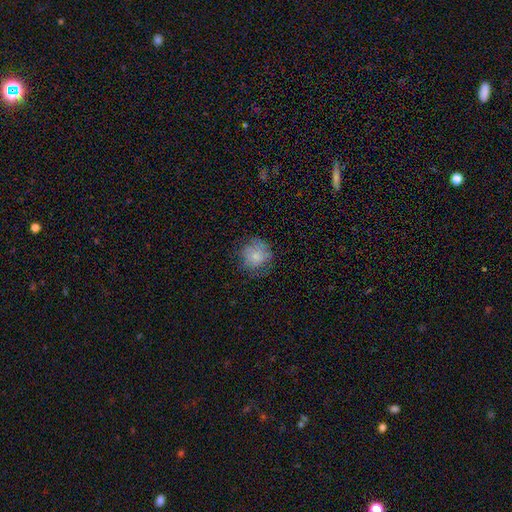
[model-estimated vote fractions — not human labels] Smooth or featured? smooth (73%)
How rounded? round (88%)
Merging? none (68%)